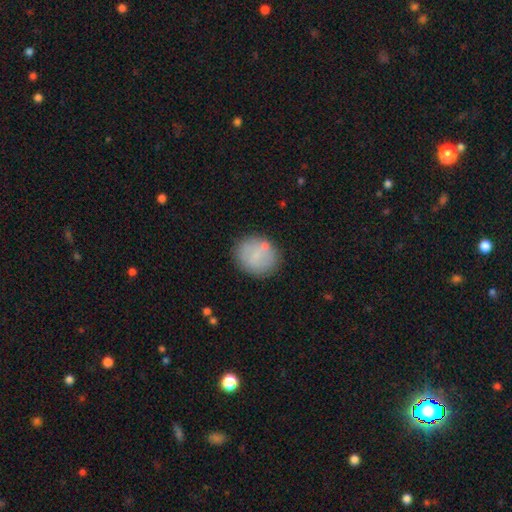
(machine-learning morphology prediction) type=smooth (71%); roundness=round (72%); merging=none (76%).